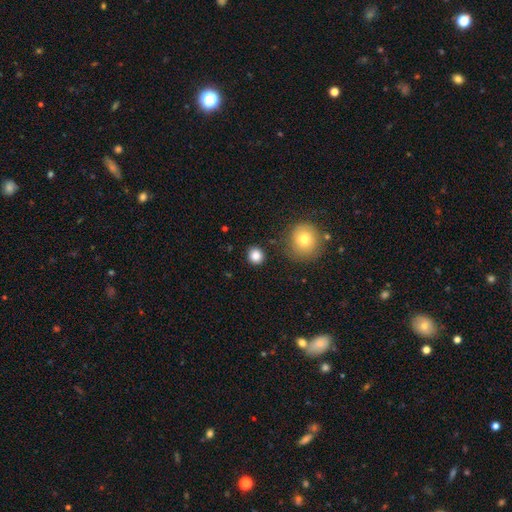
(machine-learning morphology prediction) smooth 84%, star or artifact 11%, featured or disk 4%. Down the decision tree: how rounded — round (88%); merging — none (87%).